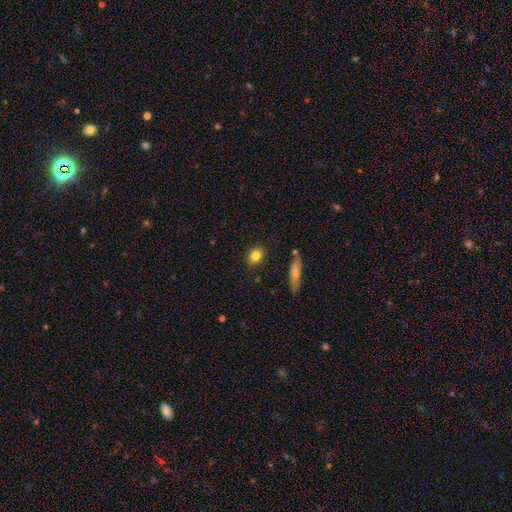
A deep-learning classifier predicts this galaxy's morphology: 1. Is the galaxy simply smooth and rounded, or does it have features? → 81% smooth, 10% featured or disk, 9% star or artifact.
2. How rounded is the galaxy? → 50% in between, 46% round, 4% cigar-shaped.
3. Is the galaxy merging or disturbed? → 86% none, 10% minor disturbance, 2% merger, 2% major disturbance.